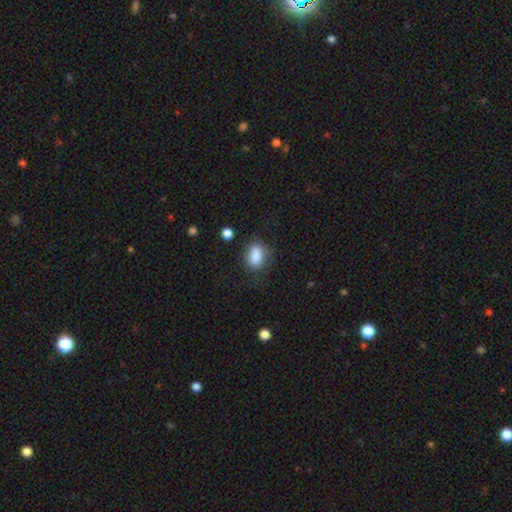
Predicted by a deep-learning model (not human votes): smooth_or_featured: smooth (p=0.84) [alt: star or artifact p=0.08]
how_rounded: in between (p=0.79) [alt: round p=0.19]
merging: none (p=0.69) [alt: minor disturbance p=0.20]